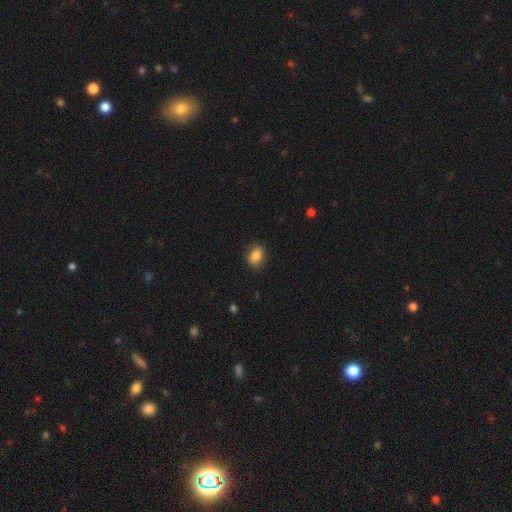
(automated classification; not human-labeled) smooth-or-featured: smooth: 85% | star or artifact: 8% | featured or disk: 7%
  how-rounded: in between: 75% | round: 23% | cigar-shaped: 2%
  merging: none: 81% | minor disturbance: 14% | major disturbance: 3% | merger: 1%